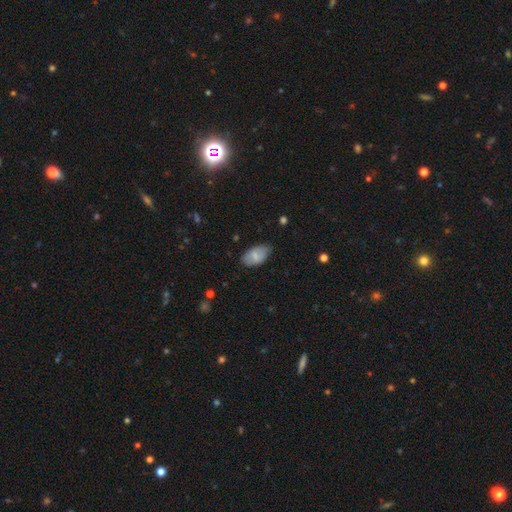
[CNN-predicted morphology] Q: Smooth or featured?
A: smooth (71%); runner-up: featured or disk (22%)
Q: How rounded?
A: in between (94%); runner-up: round (4%)
Q: Merging?
A: none (74%); runner-up: minor disturbance (21%)